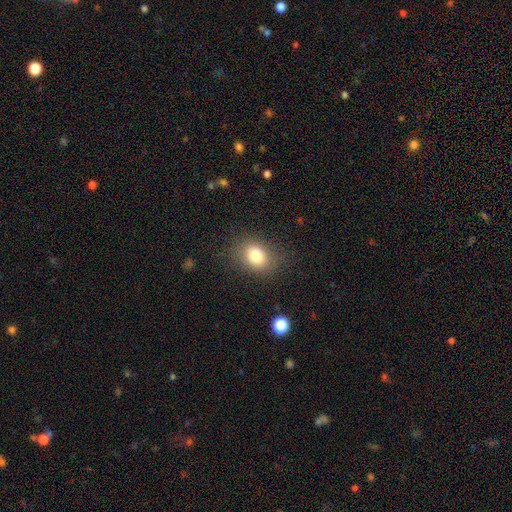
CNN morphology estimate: Q: Smooth or featured?
A: smooth (80%); runner-up: star or artifact (11%)
Q: How rounded?
A: in between (57%); runner-up: round (42%)
Q: Merging?
A: none (81%); runner-up: minor disturbance (13%)